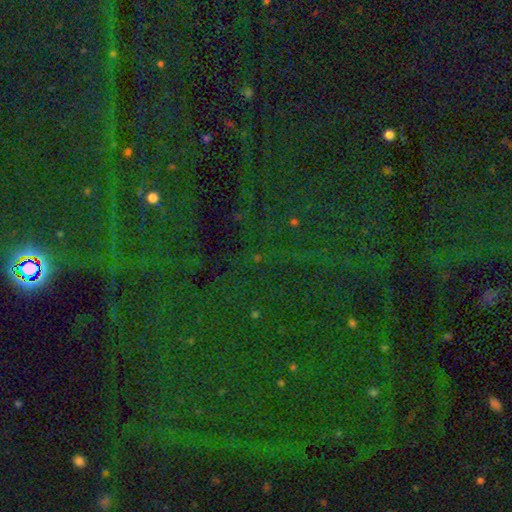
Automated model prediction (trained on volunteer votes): Smooth or featured? star or artifact (83%)